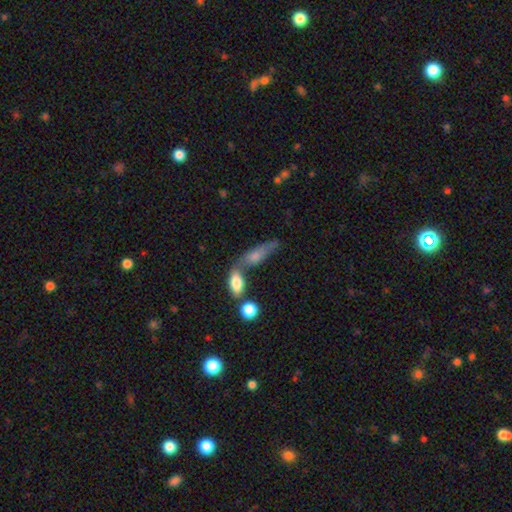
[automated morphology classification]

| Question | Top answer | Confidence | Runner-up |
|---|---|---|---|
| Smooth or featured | smooth | 67% | featured or disk (25%) |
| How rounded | in between | 56% | cigar-shaped (38%) |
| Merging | merger | 40% | none (34%) |